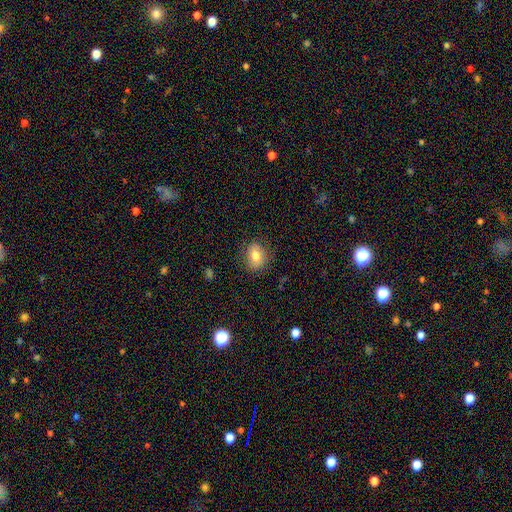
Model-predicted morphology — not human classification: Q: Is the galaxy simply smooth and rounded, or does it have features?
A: smooth — 75%.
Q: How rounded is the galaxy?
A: in between — 61%.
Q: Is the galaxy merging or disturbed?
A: none — 82%.